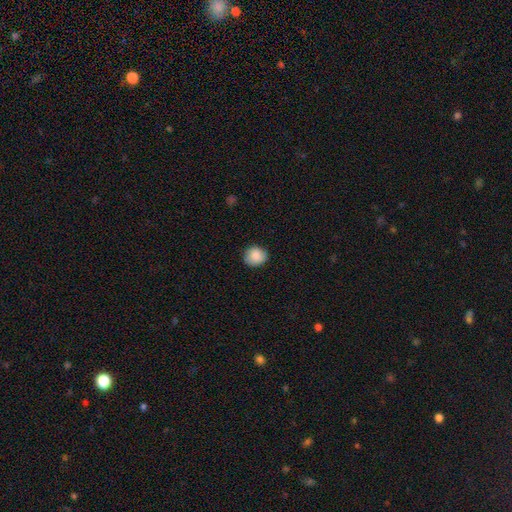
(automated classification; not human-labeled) Smooth or featured? Predicted: smooth (p=0.87). How rounded? Predicted: round (p=0.81). Merging? Predicted: none (p=0.84).